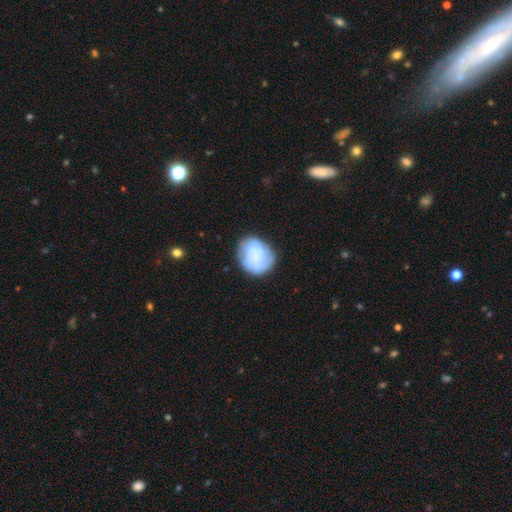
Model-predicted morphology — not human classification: Smooth or featured?
  - smooth: 51% *
  - featured or disk: 41%
  - star or artifact: 8%
How rounded?
  - round: 65% *
  - in between: 34%
  - cigar-shaped: 1%
Merging?
  - none: 71% *
  - minor disturbance: 20%
  - major disturbance: 8%
  - merger: 2%